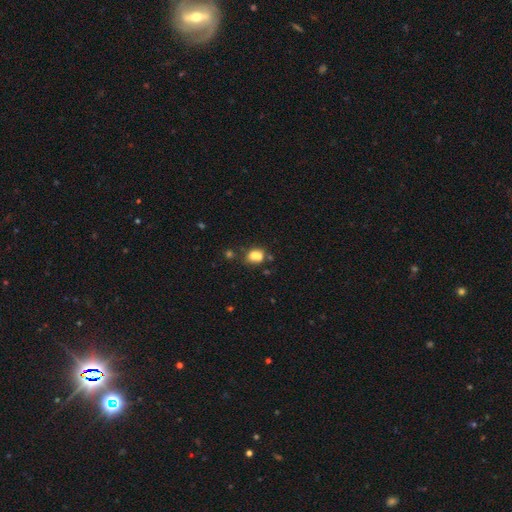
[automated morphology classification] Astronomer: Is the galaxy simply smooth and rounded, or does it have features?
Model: smooth — 72%.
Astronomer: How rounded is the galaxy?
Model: round — 60% (runner-up: in between, 39%).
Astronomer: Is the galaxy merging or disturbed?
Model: merger — 42% (runner-up: none, 40%).